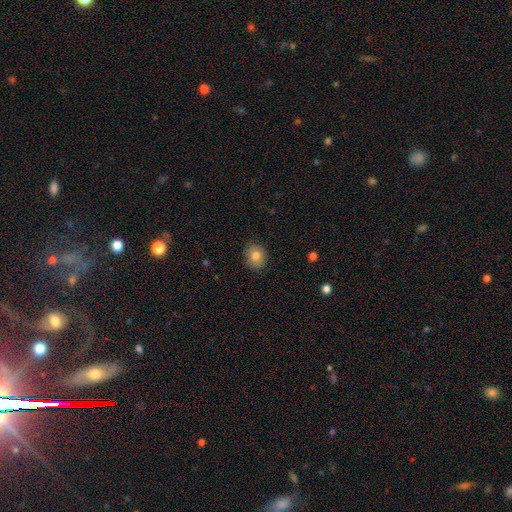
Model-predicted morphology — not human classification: Smooth or featured: smooth — 78% (featured or disk — 13%)
How rounded: round — 76% (in between — 23%)
Merging: none — 85% (minor disturbance — 12%)